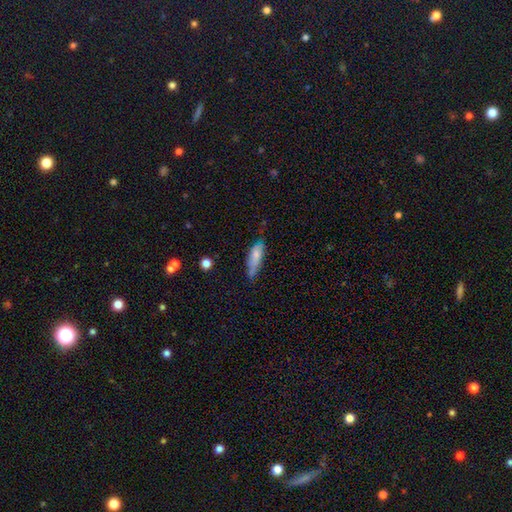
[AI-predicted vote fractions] Smooth or featured: smooth — 68% (featured or disk — 25%)
How rounded: in between — 52% (cigar-shaped — 46%)
Merging: none — 51% (minor disturbance — 35%)